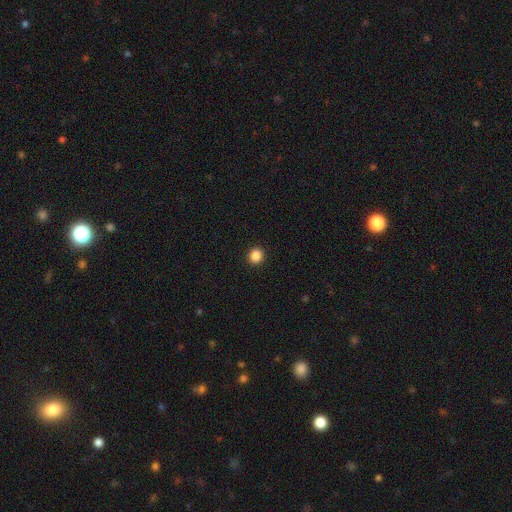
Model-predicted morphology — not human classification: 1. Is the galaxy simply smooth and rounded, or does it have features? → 87% smooth, 11% star or artifact, 3% featured or disk.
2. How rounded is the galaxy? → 91% round, 8% in between, 1% cigar-shaped.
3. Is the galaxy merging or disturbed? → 93% none, 4% minor disturbance, 2% major disturbance, 1% merger.